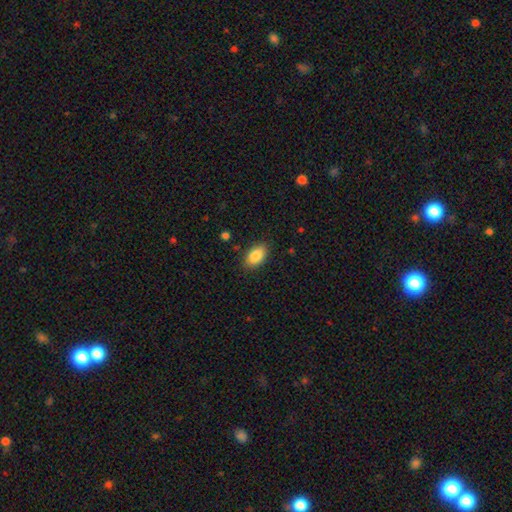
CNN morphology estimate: The model was most divided on "merging": none: 86%, minor disturbance: 10%, major disturbance: 3%, merger: 1%. More confident: how rounded — in between (91%); smooth or featured — smooth (86%).